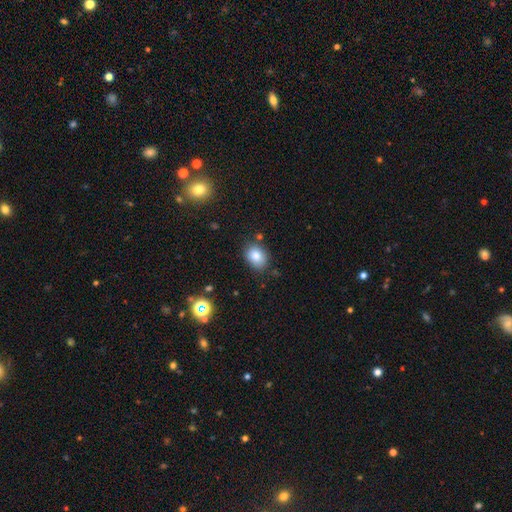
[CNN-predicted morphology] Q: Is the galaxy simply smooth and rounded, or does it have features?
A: smooth — 82%.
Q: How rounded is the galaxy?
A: in between — 64%.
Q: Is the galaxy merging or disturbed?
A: none — 79%.